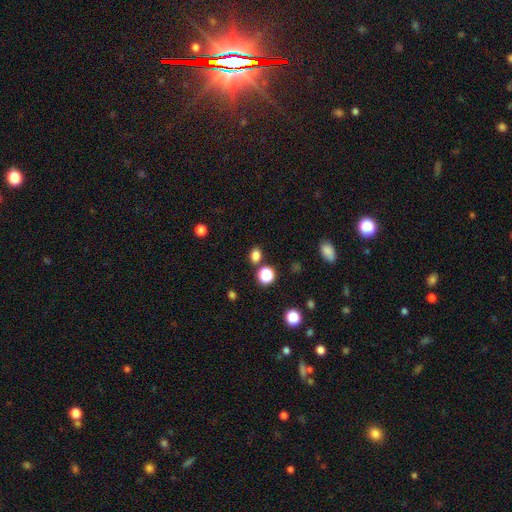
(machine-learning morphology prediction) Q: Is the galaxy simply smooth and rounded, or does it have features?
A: smooth — 79%.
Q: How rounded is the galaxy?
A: in between — 58%.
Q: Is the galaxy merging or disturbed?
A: none — 79%.